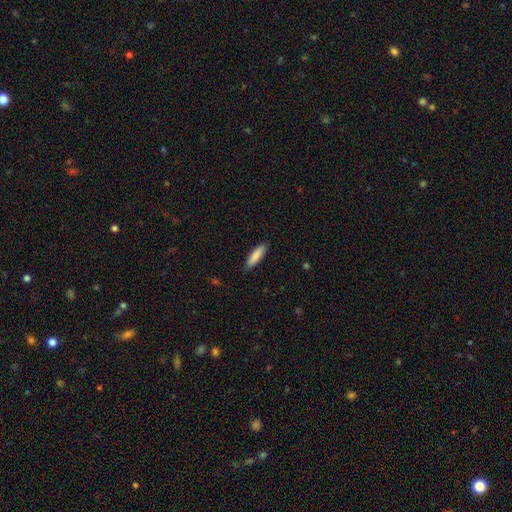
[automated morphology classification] Smooth or featured? smooth (87%)
How rounded? cigar-shaped (61%)
Merging? none (86%)